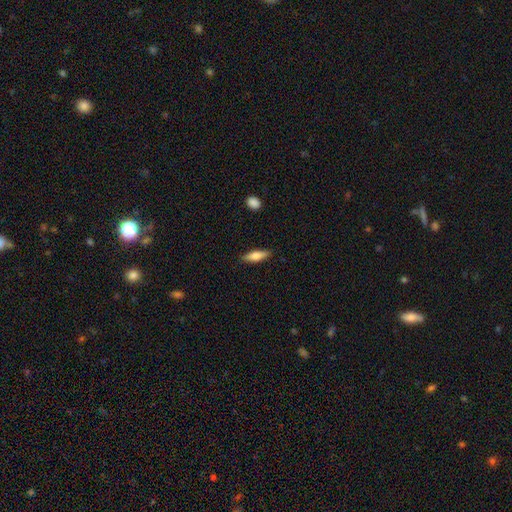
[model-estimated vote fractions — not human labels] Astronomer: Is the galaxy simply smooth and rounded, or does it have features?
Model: smooth — 68%.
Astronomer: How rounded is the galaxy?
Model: cigar-shaped — 58% (runner-up: in between, 40%).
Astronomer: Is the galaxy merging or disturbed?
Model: none — 87%.